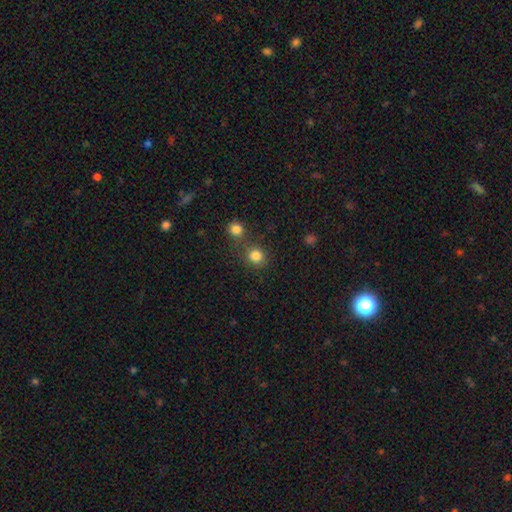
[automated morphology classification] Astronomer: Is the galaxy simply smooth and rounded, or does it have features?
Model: smooth — 83%.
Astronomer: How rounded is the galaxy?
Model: round — 85%.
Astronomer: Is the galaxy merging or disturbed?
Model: none — 68%.